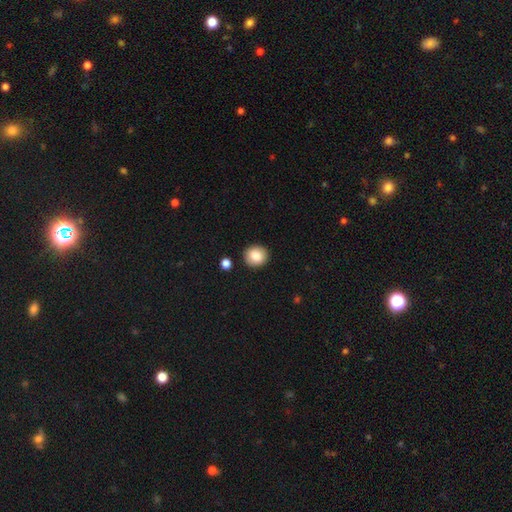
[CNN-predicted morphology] Q: Smooth or featured?
A: smooth (84%); runner-up: star or artifact (8%)
Q: How rounded?
A: round (85%); runner-up: in between (14%)
Q: Merging?
A: none (89%); runner-up: minor disturbance (7%)